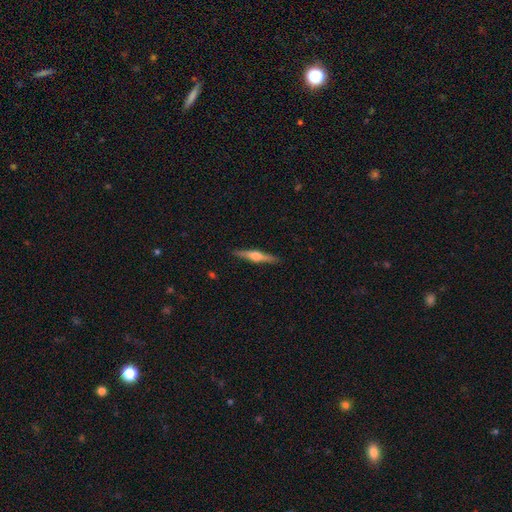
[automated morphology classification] This is likely a featured or disk galaxy (65%). It is clearly viewed edge-on (98%). Edge-on bulge: clearly rounded (89%). Merging: clearly none (90%).